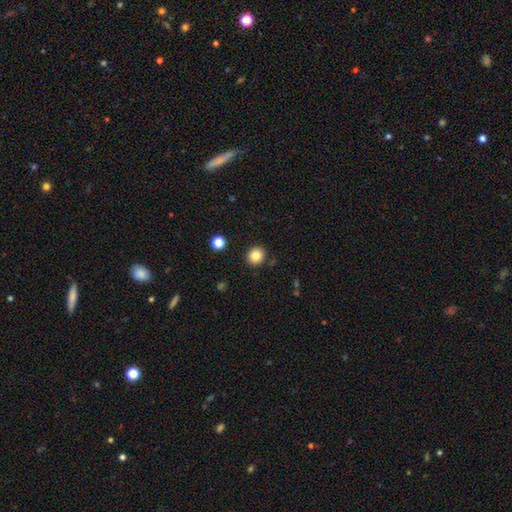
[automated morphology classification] A smooth galaxy with no disk features (83%) that is round (88%). Merging: none (91%).